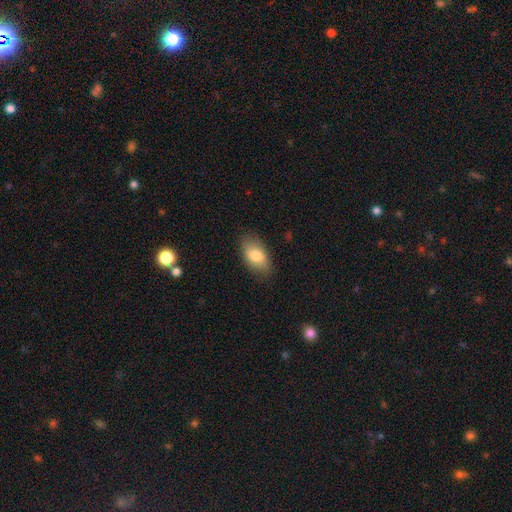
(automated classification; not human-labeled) A smooth galaxy with no disk features (77%) that is in between round and cigar-shaped (92%).

Vote fractions:
- Smooth or featured? smooth: 77% / featured or disk: 16% / star or artifact: 7%
- How rounded? in between: 92% / round: 6% / cigar-shaped: 2%
- Merging? none: 82% / minor disturbance: 14% / major disturbance: 3% / merger: 1%